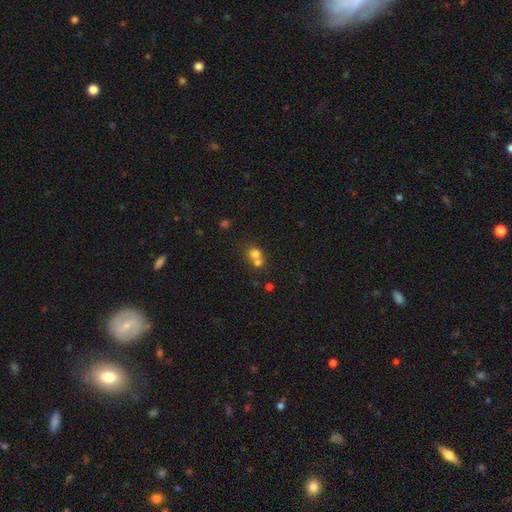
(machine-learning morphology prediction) This appears to be a smooth galaxy with no disk features (72%) that is round (76%). Merging: merger (59%).